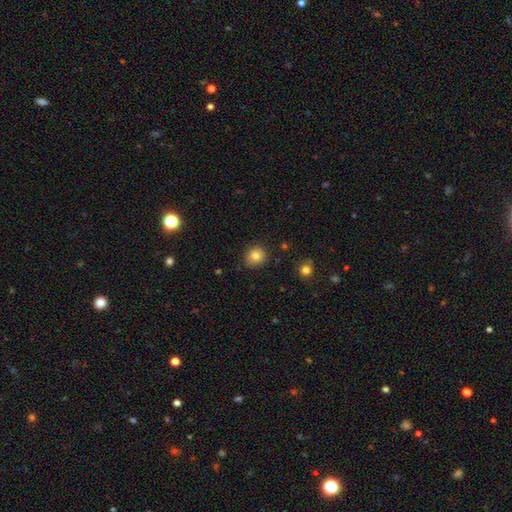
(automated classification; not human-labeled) Overall: smooth (81%). How rounded: round (79%). Merging: none (86%).